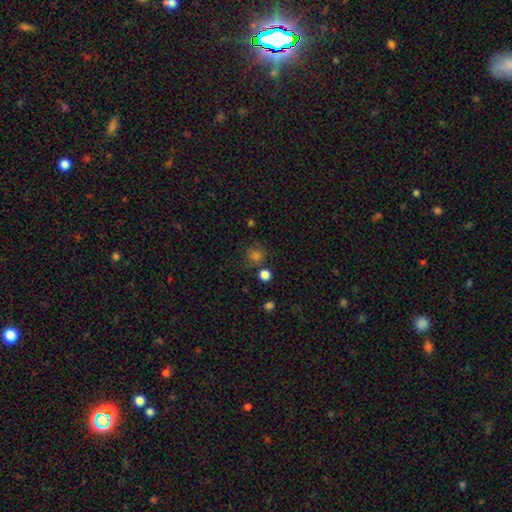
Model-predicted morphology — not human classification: Smooth or featured? smooth (70%)
How rounded? round (88%)
Merging? none (75%)